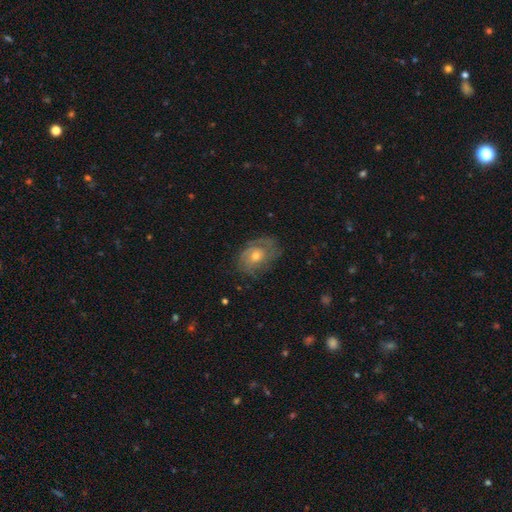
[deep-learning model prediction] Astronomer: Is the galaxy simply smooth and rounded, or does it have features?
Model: featured or disk — 73%.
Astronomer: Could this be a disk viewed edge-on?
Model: no — 96%.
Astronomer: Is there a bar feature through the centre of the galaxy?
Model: no — 78%.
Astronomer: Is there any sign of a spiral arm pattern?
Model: yes — 88%.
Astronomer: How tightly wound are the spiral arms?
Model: tight — 58%.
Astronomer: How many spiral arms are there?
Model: can't tell — 36% (runner-up: 2, 29%).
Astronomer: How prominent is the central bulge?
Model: moderate — 66%.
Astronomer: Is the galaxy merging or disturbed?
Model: none — 71%.